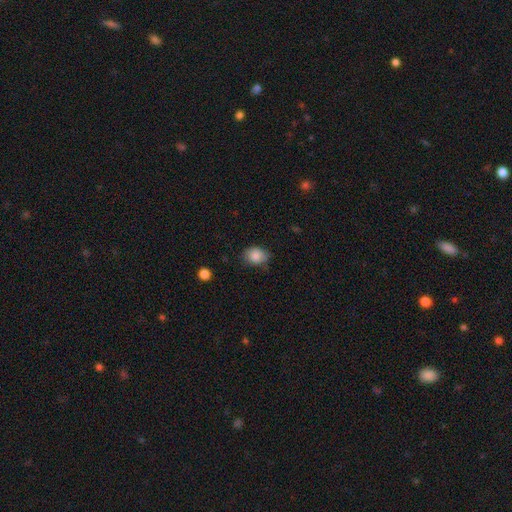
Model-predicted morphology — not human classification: This is clearly a smooth galaxy (86%). How rounded: possibly in between (59%). Merging: likely none (68%).